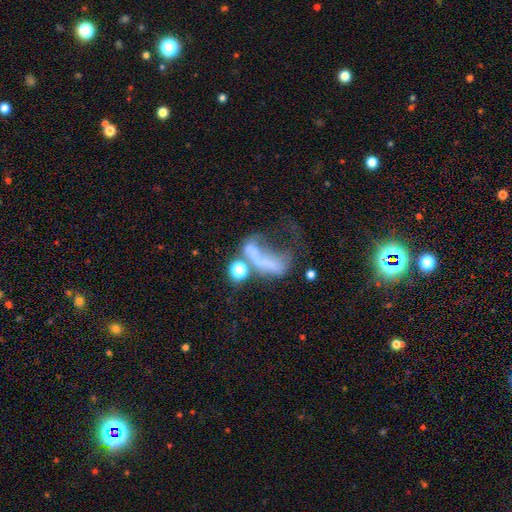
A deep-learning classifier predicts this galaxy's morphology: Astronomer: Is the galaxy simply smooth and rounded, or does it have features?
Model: featured or disk — 42% (runner-up: smooth, 38%).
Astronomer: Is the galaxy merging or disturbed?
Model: major disturbance — 44% (runner-up: merger, 32%).